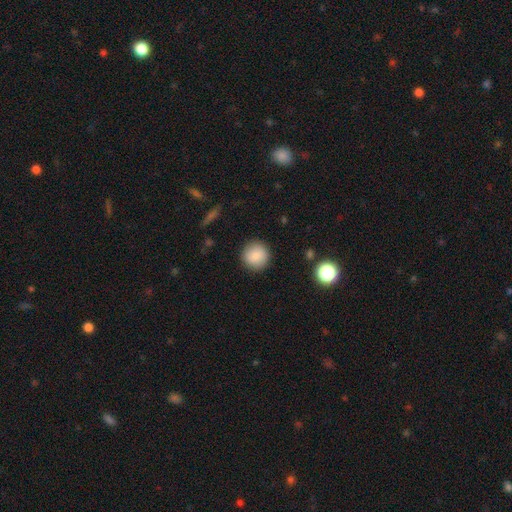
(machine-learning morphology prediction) Q: Smooth or featured?
A: smooth (85%); runner-up: star or artifact (8%)
Q: How rounded?
A: round (95%); runner-up: in between (4%)
Q: Merging?
A: none (91%); runner-up: minor disturbance (6%)